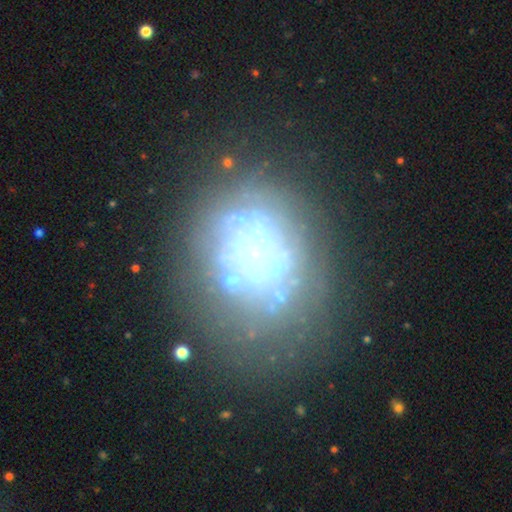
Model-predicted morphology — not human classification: A featured or disk galaxy (59%) with no bar (87%), no spiral arms (85%) and no central bulge (58%). Merging: none (53%).